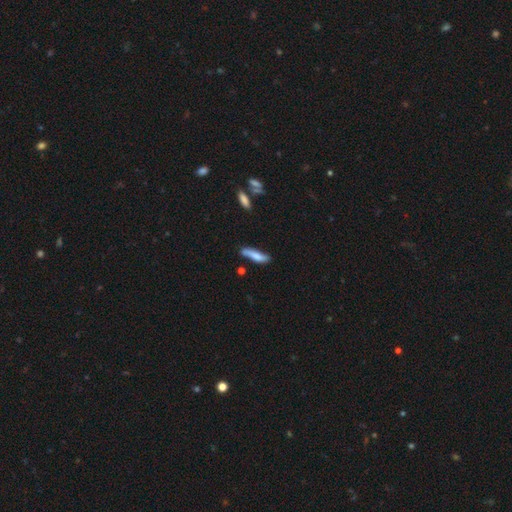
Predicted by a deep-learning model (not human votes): smooth-or-featured: smooth: 72% | featured or disk: 22% | star or artifact: 7%
  how-rounded: cigar-shaped: 75% | in between: 23% | round: 2%
  merging: none: 65% | minor disturbance: 25% | major disturbance: 5% | merger: 5%